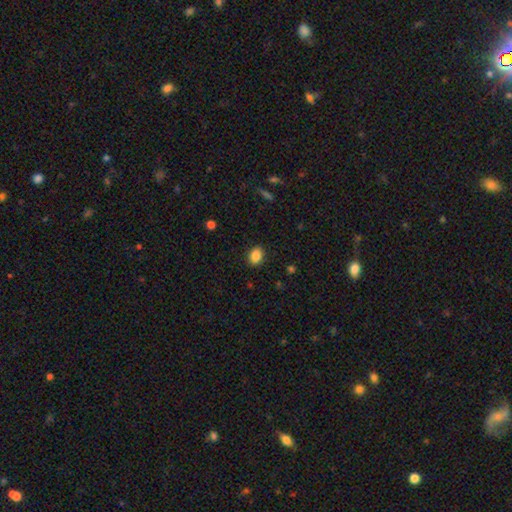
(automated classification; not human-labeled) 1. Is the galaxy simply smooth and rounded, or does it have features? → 87% smooth, 9% star or artifact, 4% featured or disk.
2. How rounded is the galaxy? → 65% in between, 34% round, 1% cigar-shaped.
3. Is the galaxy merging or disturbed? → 89% none, 7% minor disturbance, 2% major disturbance, 1% merger.